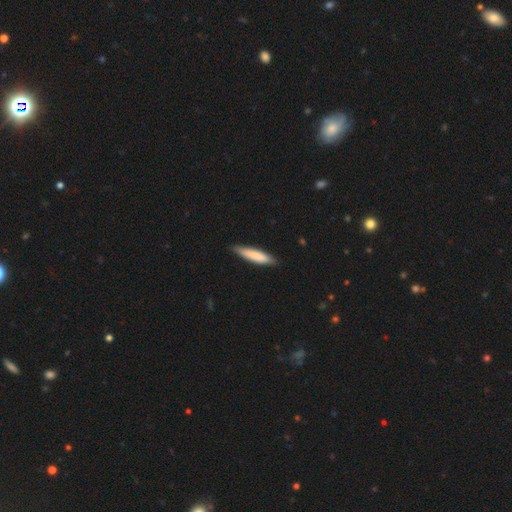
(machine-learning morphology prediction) type=smooth (79%); roundness=cigar-shaped (83%); merging=none (85%).